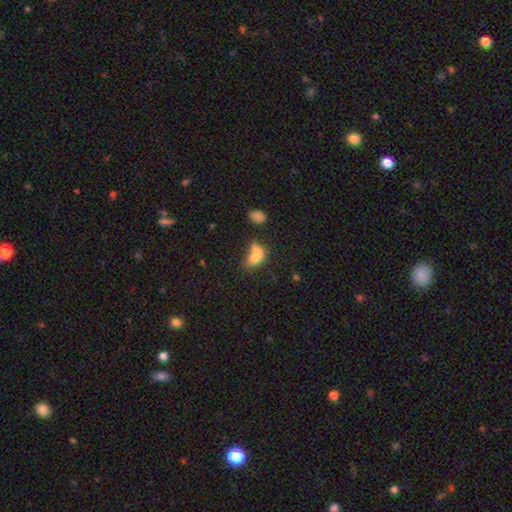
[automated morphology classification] smooth-or-featured: smooth: 73% | featured or disk: 16% | star or artifact: 11%
  how-rounded: in between: 76% | round: 21% | cigar-shaped: 3%
  merging: merger: 54% | none: 22% | minor disturbance: 13% | major disturbance: 11%